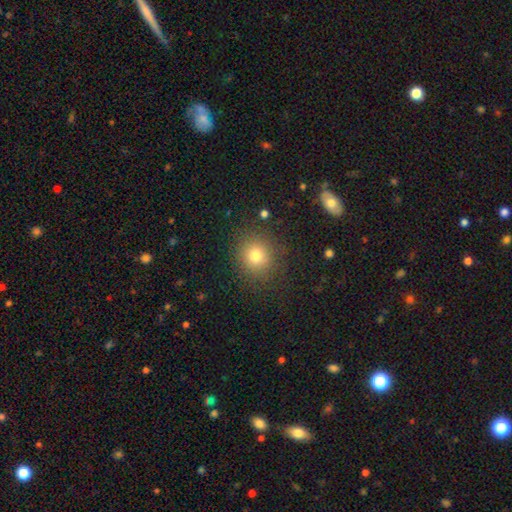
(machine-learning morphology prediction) Q: Smooth or featured?
A: smooth (76%); runner-up: star or artifact (15%)
Q: How rounded?
A: round (85%); runner-up: in between (14%)
Q: Merging?
A: none (85%); runner-up: minor disturbance (9%)